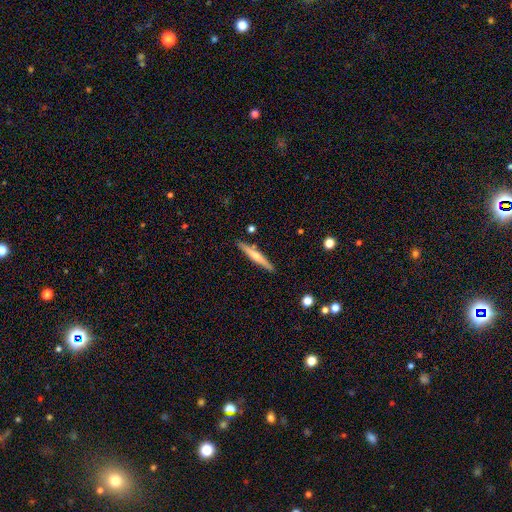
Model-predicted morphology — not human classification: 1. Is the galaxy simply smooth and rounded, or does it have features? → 49% featured or disk, 45% smooth, 6% star or artifact.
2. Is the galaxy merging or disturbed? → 88% none, 8% minor disturbance, 3% merger, 2% major disturbance.